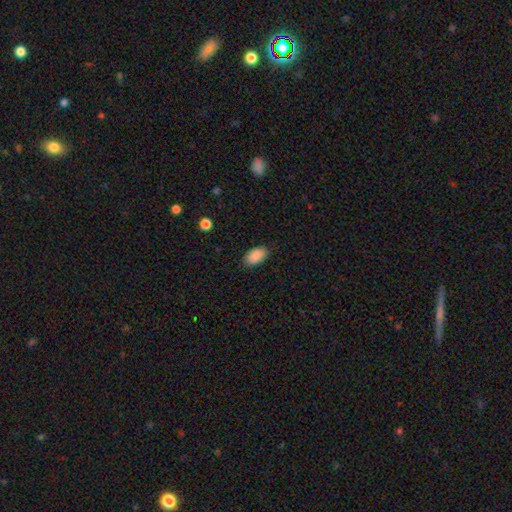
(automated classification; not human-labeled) smooth-or-featured: smooth: 89% | star or artifact: 7% | featured or disk: 4%
  how-rounded: in between: 94% | round: 5% | cigar-shaped: 2%
  merging: none: 86% | minor disturbance: 11% | major disturbance: 2% | merger: 1%